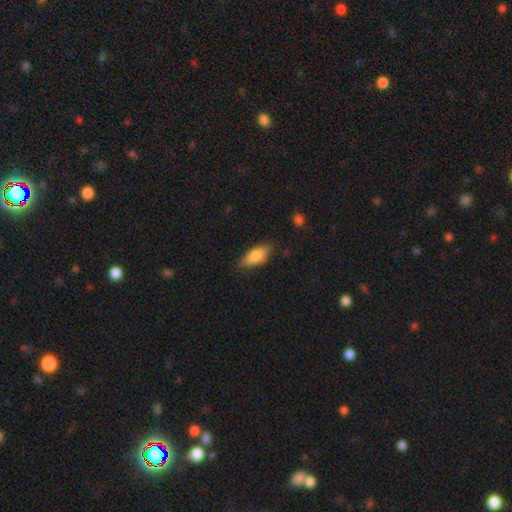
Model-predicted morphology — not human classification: smooth_or_featured: smooth (p=0.82) [alt: featured or disk p=0.11]
how_rounded: in between (p=0.78) [alt: cigar-shaped p=0.19]
merging: none (p=0.77) [alt: minor disturbance p=0.18]